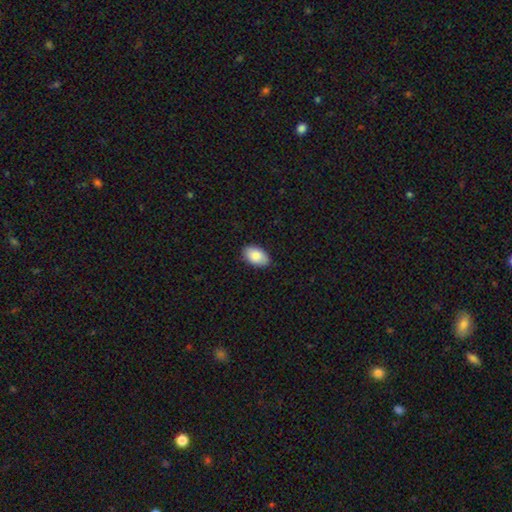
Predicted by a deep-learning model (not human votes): Morphology: type=smooth (87%); roundness=in between (93%); merging=none (86%).